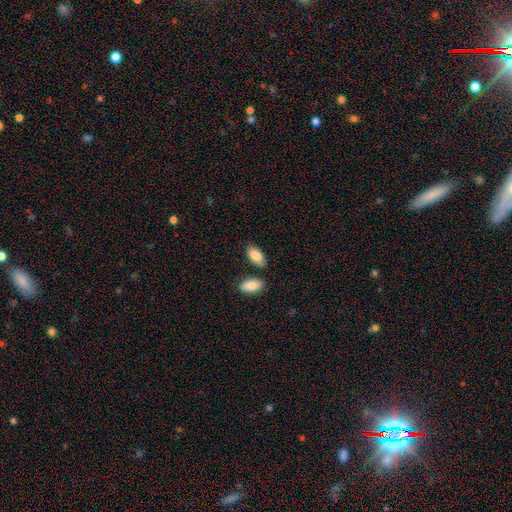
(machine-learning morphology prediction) A smooth galaxy with no disk features (87%) that is in between round and cigar-shaped (93%). Merging: none (70%).